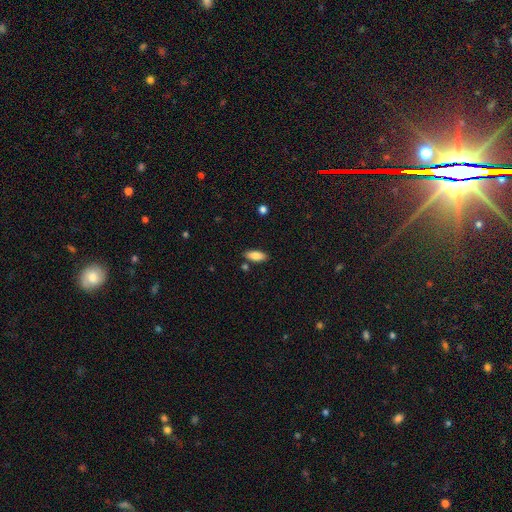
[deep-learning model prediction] Morphology: type=smooth (84%); roundness=in between (81%); merging=none (84%).